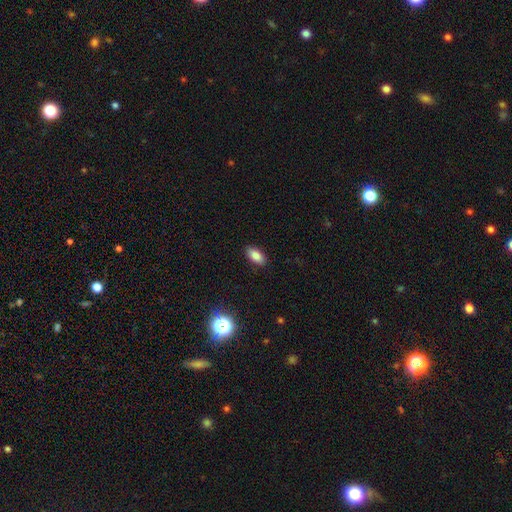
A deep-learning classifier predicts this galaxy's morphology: smooth-or-featured: smooth: 84% | star or artifact: 9% | featured or disk: 7%
  how-rounded: in between: 90% | cigar-shaped: 6% | round: 4%
  merging: none: 89% | minor disturbance: 8% | major disturbance: 2% | merger: 1%